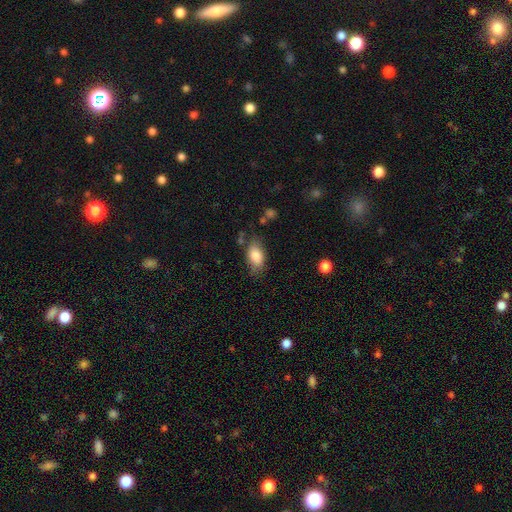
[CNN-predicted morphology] smooth_or_featured: smooth (p=0.83) [alt: featured or disk p=0.10]
how_rounded: in between (p=0.91) [alt: round p=0.06]
merging: none (p=0.73) [alt: minor disturbance p=0.19]